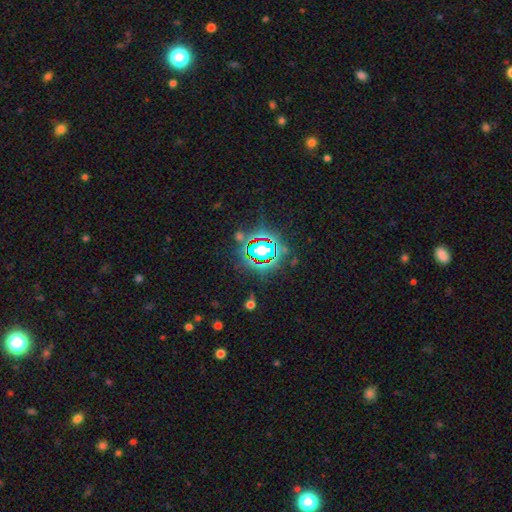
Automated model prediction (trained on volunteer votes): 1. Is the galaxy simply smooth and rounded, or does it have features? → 80% star or artifact, 12% smooth, 8% featured or disk.